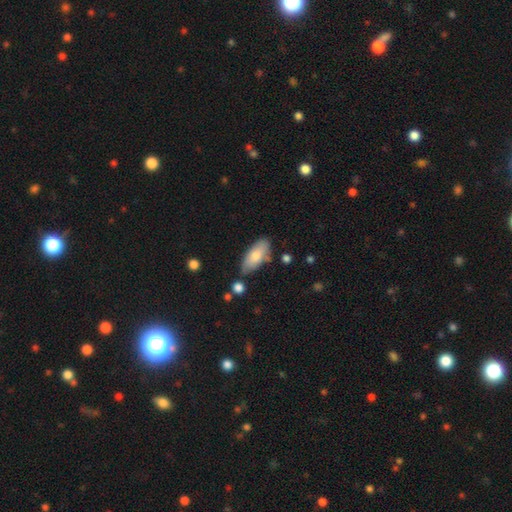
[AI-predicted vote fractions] Q: Smooth or featured?
A: smooth (78%); runner-up: featured or disk (16%)
Q: How rounded?
A: in between (87%); runner-up: cigar-shaped (11%)
Q: Merging?
A: none (70%); runner-up: minor disturbance (20%)